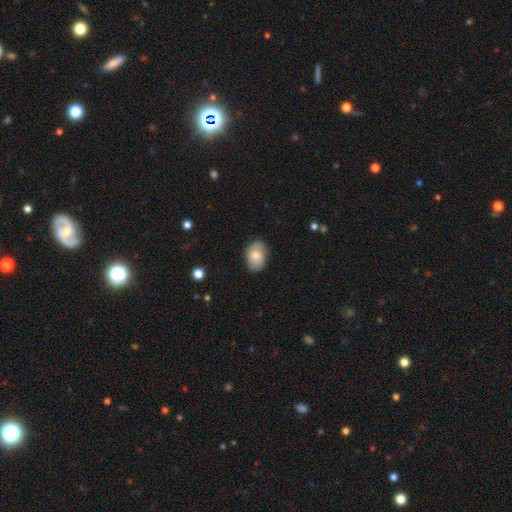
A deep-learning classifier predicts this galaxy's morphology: This is likely a smooth galaxy (74%). How rounded: clearly in between (83%). Merging: likely none (80%).